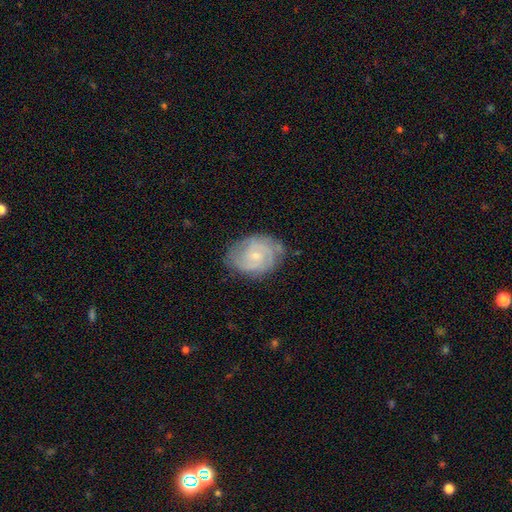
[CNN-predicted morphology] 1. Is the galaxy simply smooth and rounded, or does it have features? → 77% featured or disk, 17% smooth, 6% star or artifact.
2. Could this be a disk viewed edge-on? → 97% no, 3% yes.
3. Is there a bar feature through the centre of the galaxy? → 64% no, 31% weak, 4% strong.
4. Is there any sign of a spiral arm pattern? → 93% yes, 7% no.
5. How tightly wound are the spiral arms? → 59% tight, 33% medium, 8% loose.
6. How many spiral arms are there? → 44% 2, 25% can't tell, 18% 3, 5% 4, 4% 1, 4% more than 4.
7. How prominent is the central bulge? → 73% small, 22% moderate, 3% none, 1% large, 1% dominant.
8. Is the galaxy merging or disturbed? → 73% none, 20% minor disturbance, 6% major disturbance, 1% merger.